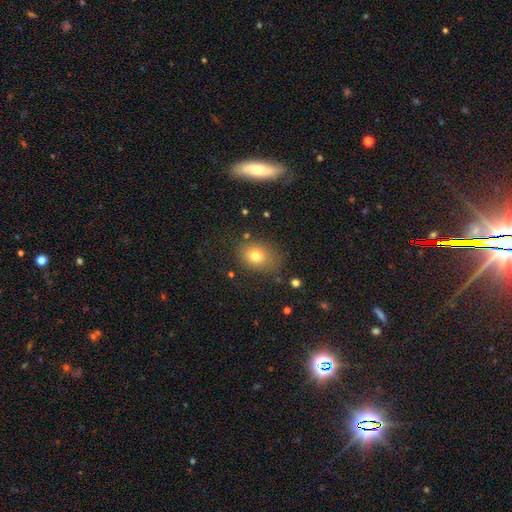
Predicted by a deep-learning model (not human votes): Smooth or featured? Predicted: smooth (p=0.76). How rounded? Predicted: in between (p=0.58). Merging? Predicted: none (p=0.74).